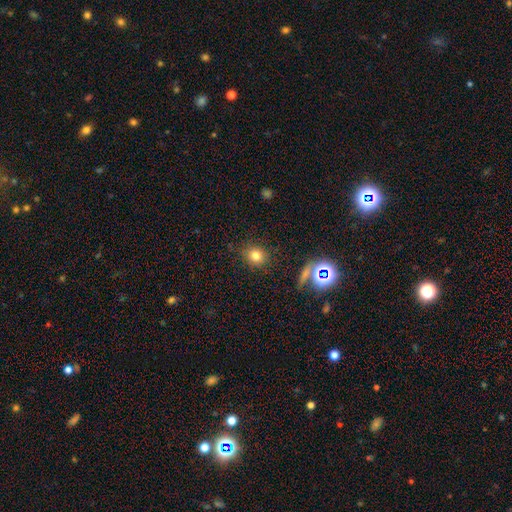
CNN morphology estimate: The model was most divided on "how rounded": round: 79%, in between: 20%, cigar-shaped: 1%. More confident: merging — none (84%); smooth or featured — smooth (78%).